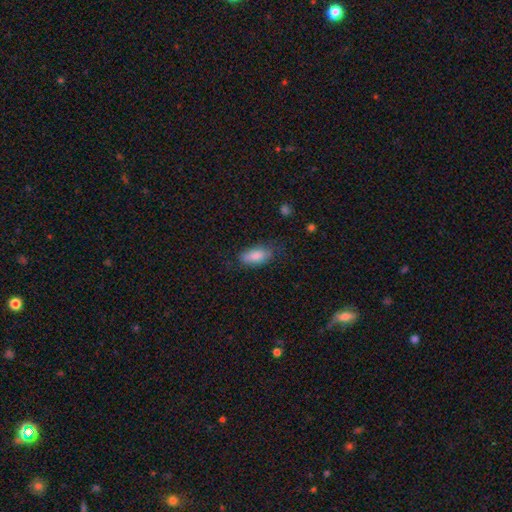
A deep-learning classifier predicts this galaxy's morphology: Overall: smooth (84%). How rounded: in between (88%). Merging: none (70%).